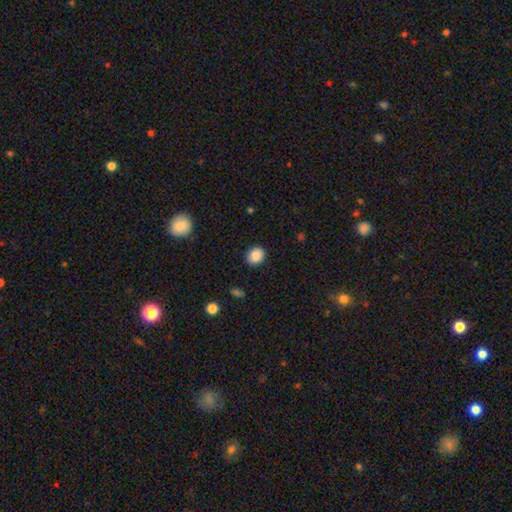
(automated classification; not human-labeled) This is clearly a smooth galaxy (86%). How rounded: likely round (67%). Merging: clearly none (90%).